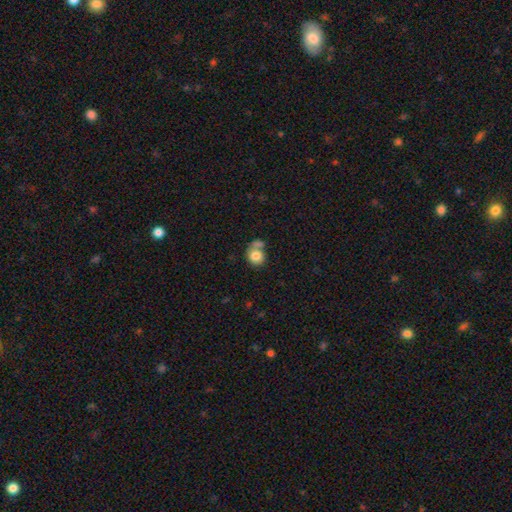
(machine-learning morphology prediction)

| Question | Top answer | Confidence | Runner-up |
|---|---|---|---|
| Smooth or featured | smooth | 80% | featured or disk (11%) |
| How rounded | round | 75% | in between (24%) |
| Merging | merger | 40% | tied: none (40%) |